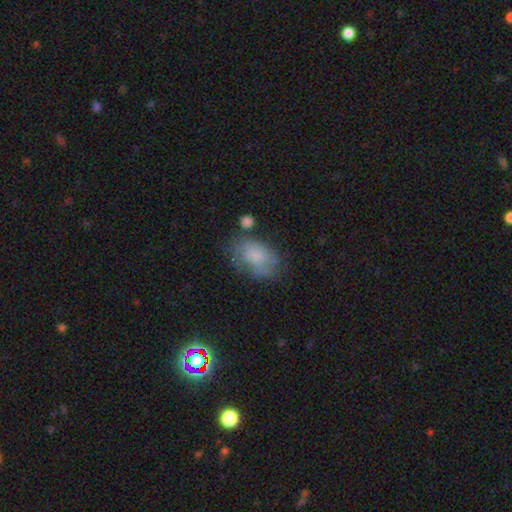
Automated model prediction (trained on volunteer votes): A smooth galaxy with no disk features (62%) that is in between round and cigar-shaped (86%).

Vote fractions:
- Smooth or featured? smooth: 62% / featured or disk: 28% / star or artifact: 10%
- How rounded? in between: 86% / round: 13% / cigar-shaped: 1%
- Merging? none: 53% / minor disturbance: 27% / major disturbance: 14% / merger: 7%